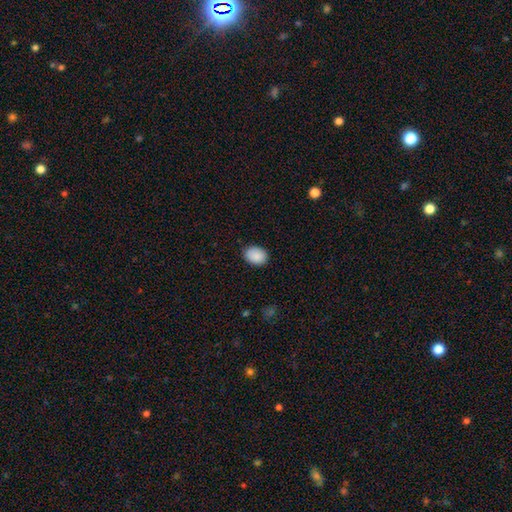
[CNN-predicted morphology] Q: Smooth or featured?
A: smooth (89%); runner-up: star or artifact (7%)
Q: How rounded?
A: in between (65%); runner-up: round (34%)
Q: Merging?
A: none (87%); runner-up: minor disturbance (10%)